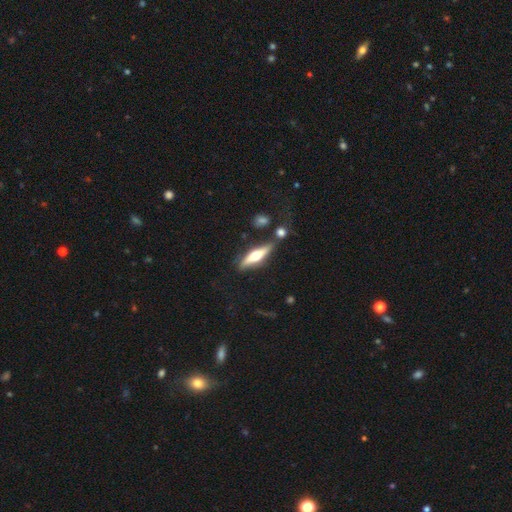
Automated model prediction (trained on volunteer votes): This appears to be a featured or disk galaxy (54%) viewed edge-on (90%). Merging: none (74%).